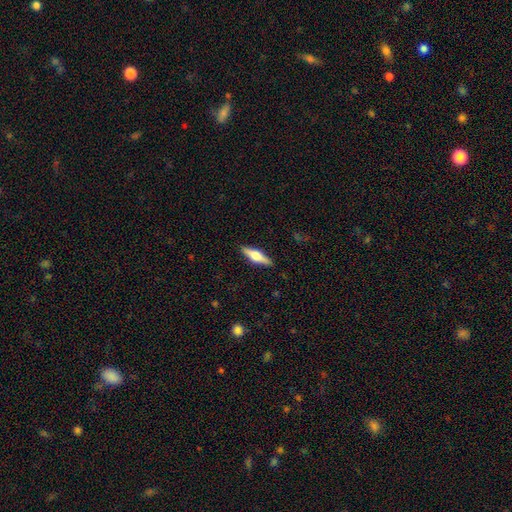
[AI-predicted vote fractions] smooth_or_featured: featured or disk (p=0.58) [alt: smooth p=0.36]
disk_edge_on: yes (p=0.96) [alt: no p=0.04]
edge_on_bulge: rounded (p=0.92) [alt: boxy p=0.06]
merging: none (p=0.89) [alt: minor disturbance p=0.08]